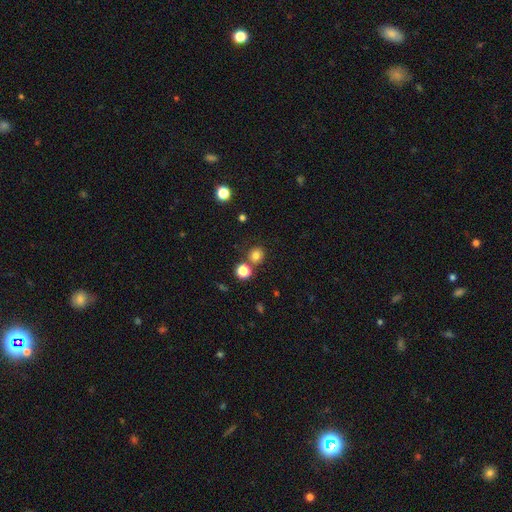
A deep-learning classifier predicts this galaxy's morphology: A smooth galaxy with no disk features (79%) that is round (83%).

Vote fractions:
- Smooth or featured? smooth: 79% / star or artifact: 15% / featured or disk: 6%
- How rounded? round: 83% / in between: 16% / cigar-shaped: 1%
- Merging? none: 74% / merger: 14% / minor disturbance: 9% / major disturbance: 3%